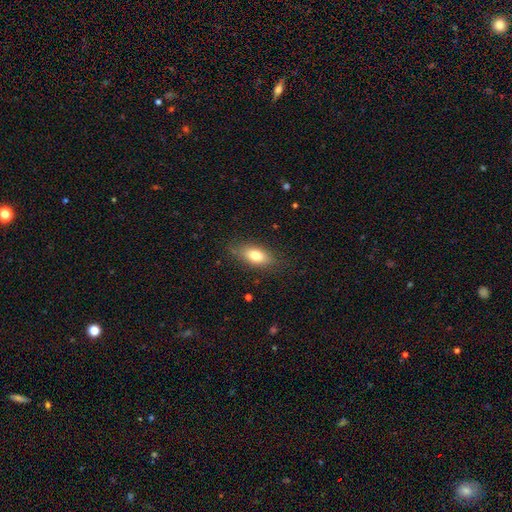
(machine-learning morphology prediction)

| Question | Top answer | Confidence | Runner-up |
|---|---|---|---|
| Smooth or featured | smooth | 74% | featured or disk (18%) |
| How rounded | in between | 82% | cigar-shaped (11%) |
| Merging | none | 80% | minor disturbance (15%) |